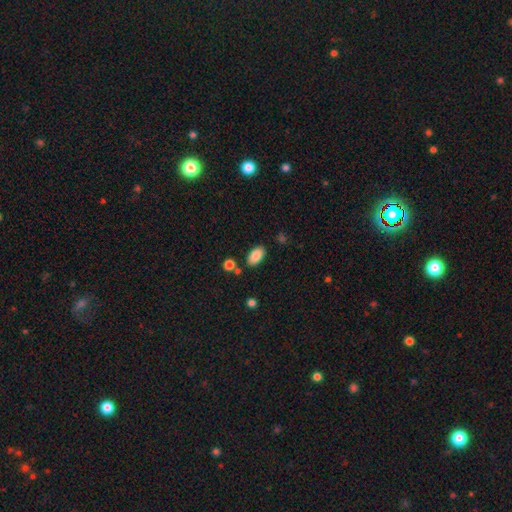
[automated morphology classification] Smooth or featured? Predicted: smooth (p=0.87). How rounded? Predicted: in between (p=0.94). Merging? Predicted: none (p=0.83).